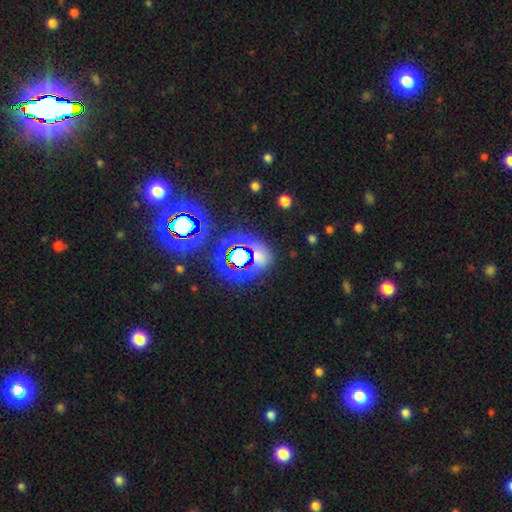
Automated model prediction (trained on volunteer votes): This appears to be a star or artifact, not a galaxy (60%).